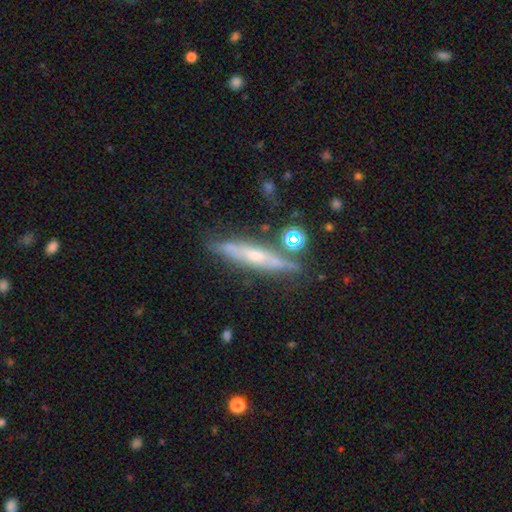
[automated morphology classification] Smooth or featured? featured or disk (65%)
Edge-on disk? yes (88%)
Edge-on bulge? rounded (67%)
Merging? none (71%)